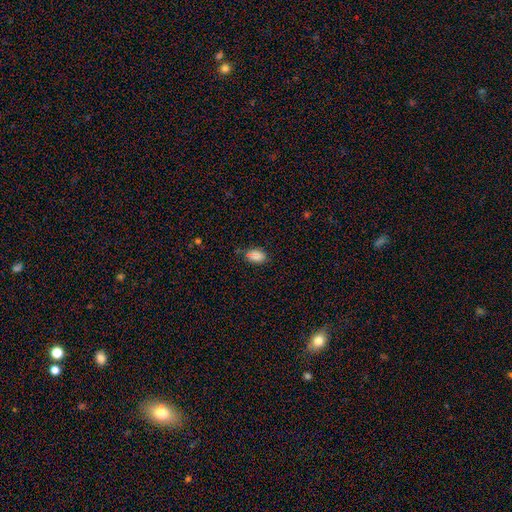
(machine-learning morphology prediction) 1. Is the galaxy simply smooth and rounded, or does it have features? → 80% smooth, 12% star or artifact, 8% featured or disk.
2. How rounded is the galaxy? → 87% in between, 9% round, 4% cigar-shaped.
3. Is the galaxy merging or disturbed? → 76% none, 18% minor disturbance, 3% major disturbance, 3% merger.